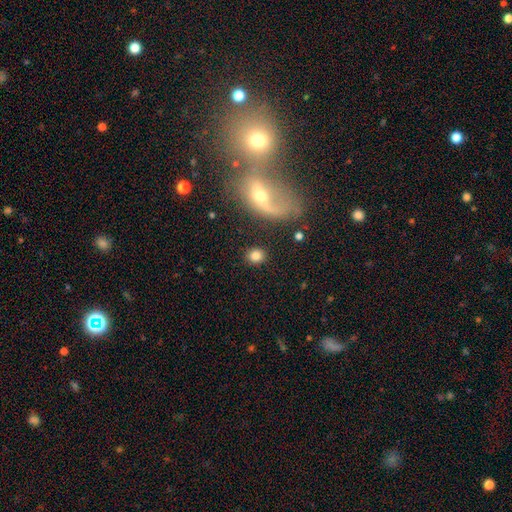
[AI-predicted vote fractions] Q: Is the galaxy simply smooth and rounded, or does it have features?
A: smooth — 80%.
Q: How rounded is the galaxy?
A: round — 70%.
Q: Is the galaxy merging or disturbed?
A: none — 85%.